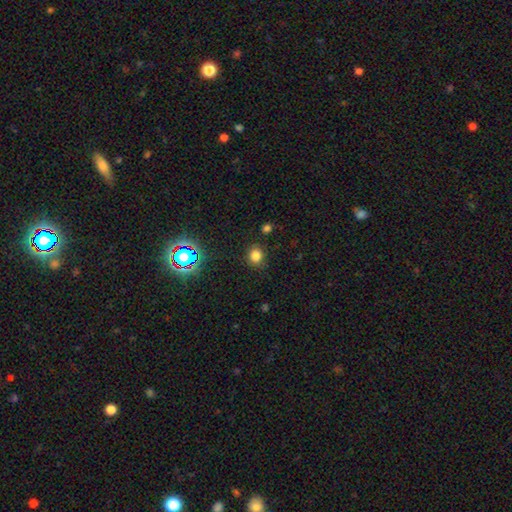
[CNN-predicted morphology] Smooth or featured? Predicted: smooth (p=0.79). How rounded? Predicted: round (p=0.78). Merging? Predicted: none (p=0.85).